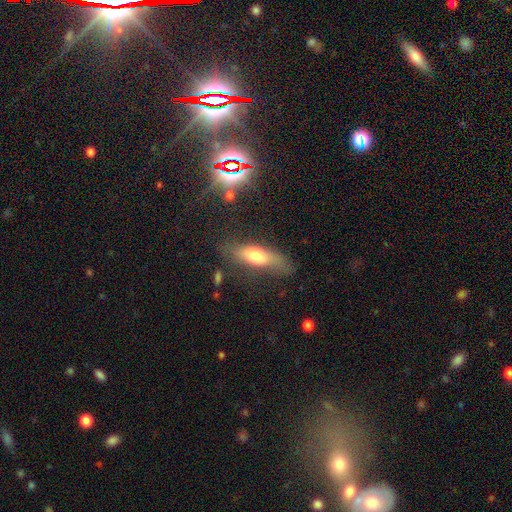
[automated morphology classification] type=smooth (62%); roundness=in between (51%); merging=none (59%).